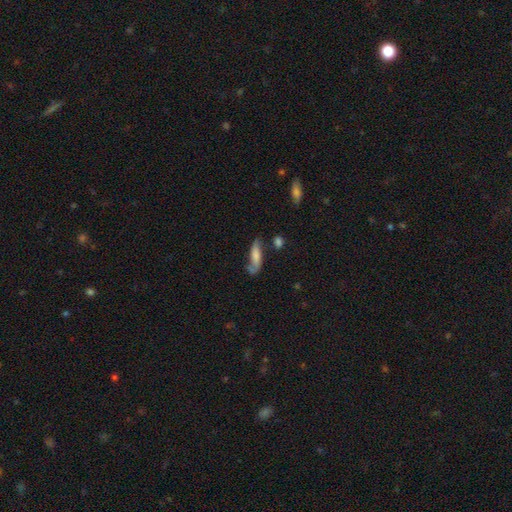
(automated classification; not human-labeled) Smooth or featured: smooth — 55% (featured or disk — 37%)
How rounded: in between — 51% (cigar-shaped — 47%)
Merging: none — 51% (minor disturbance — 26%)